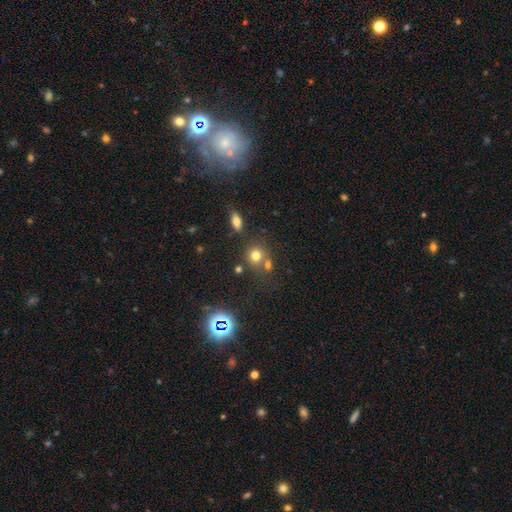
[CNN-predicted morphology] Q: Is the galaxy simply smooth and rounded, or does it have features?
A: smooth — 70%.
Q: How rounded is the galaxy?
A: round — 82%.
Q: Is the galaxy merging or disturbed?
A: none — 59%.